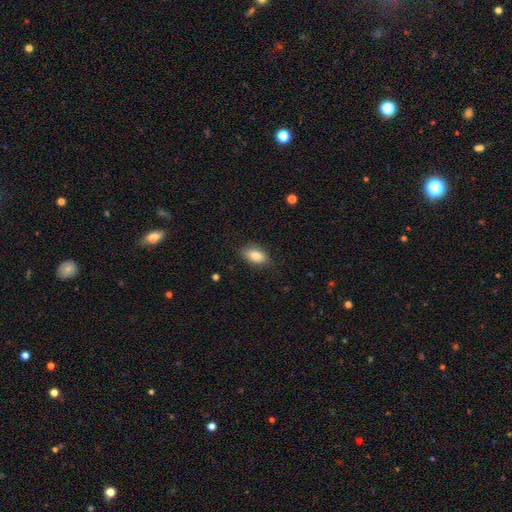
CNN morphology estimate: A smooth galaxy with no disk features (83%) that is in between round and cigar-shaped (90%). Merging: none (83%).